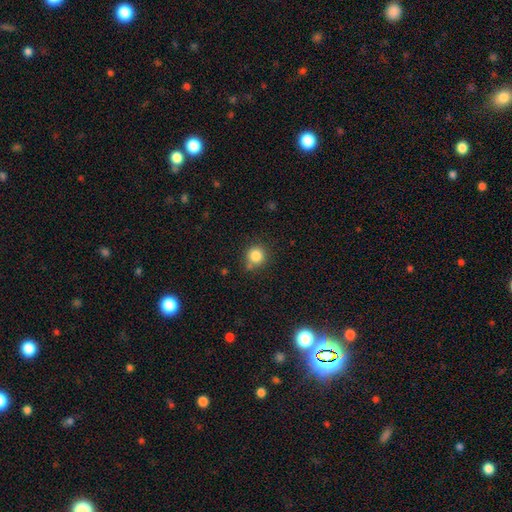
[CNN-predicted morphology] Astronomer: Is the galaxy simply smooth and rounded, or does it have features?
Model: smooth — 83%.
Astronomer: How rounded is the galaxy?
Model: round — 92%.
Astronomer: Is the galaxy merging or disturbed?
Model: none — 76%.